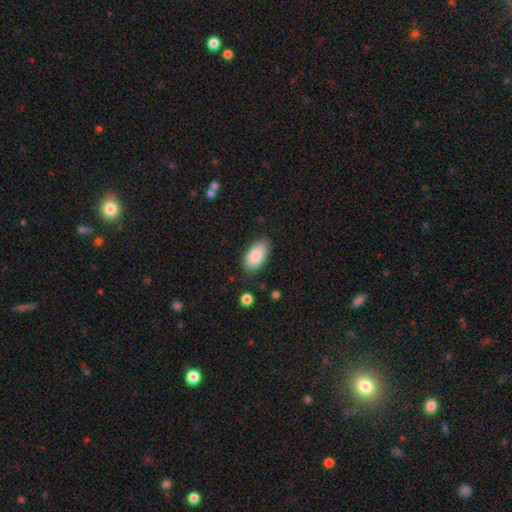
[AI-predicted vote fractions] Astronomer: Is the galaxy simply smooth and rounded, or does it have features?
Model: smooth — 87%.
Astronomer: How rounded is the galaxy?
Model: in between — 94%.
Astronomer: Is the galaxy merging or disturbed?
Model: none — 83%.